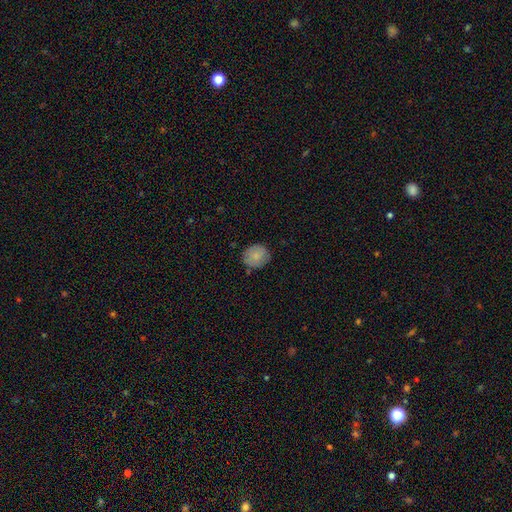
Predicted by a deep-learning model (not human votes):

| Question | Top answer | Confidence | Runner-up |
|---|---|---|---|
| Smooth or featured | smooth | 84% | featured or disk (9%) |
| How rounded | round | 75% | in between (24%) |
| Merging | none | 81% | minor disturbance (14%) |